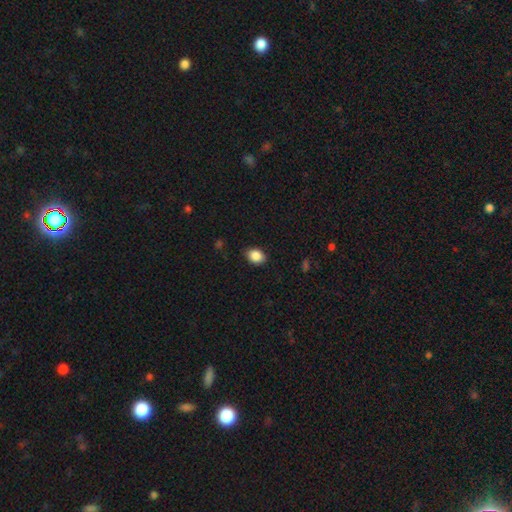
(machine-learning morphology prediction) Smooth or featured?
  - smooth: 88% *
  - star or artifact: 8%
  - featured or disk: 4%
How rounded?
  - in between: 69% *
  - round: 30%
  - cigar-shaped: 1%
Merging?
  - none: 85% *
  - minor disturbance: 11%
  - major disturbance: 2%
  - merger: 1%